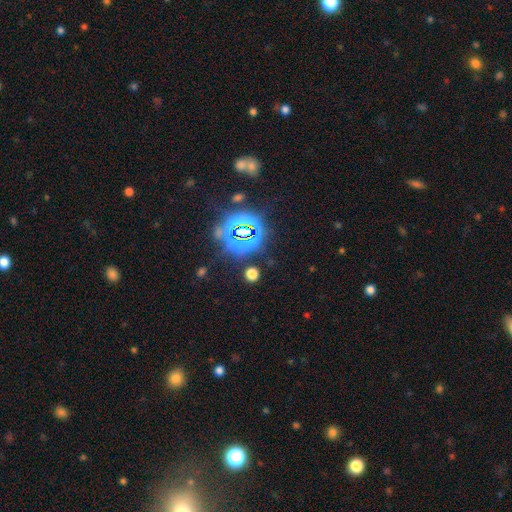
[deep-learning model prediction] smooth-or-featured: star or artifact: 82% | smooth: 11% | featured or disk: 7%